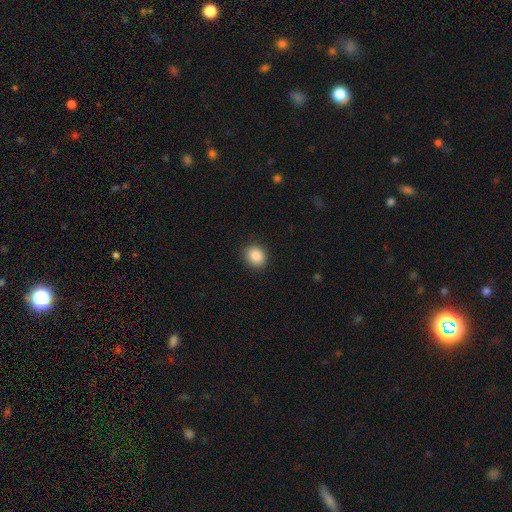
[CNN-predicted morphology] smooth_or_featured: smooth (p=0.88) [alt: star or artifact p=0.09]
how_rounded: round (p=0.69) [alt: in between p=0.30]
merging: none (p=0.89) [alt: minor disturbance p=0.07]